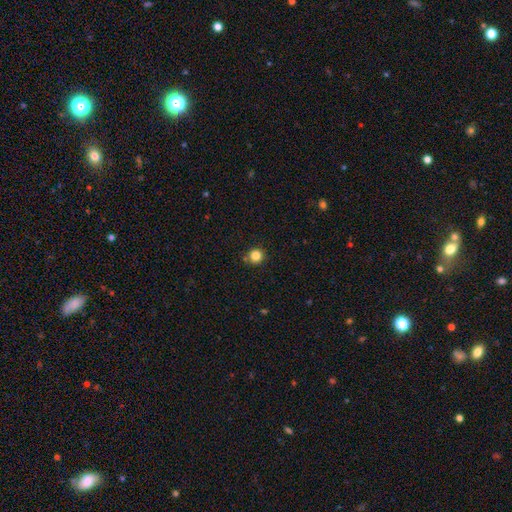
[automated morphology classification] A smooth galaxy with no disk features (84%) that is round (94%). Merging: none (85%).